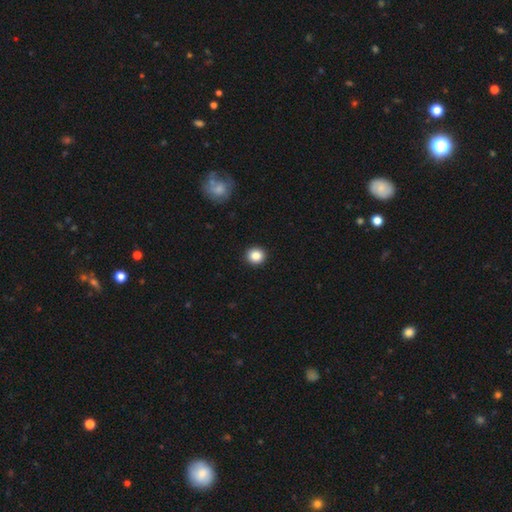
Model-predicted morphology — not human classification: A smooth galaxy with no disk features (86%) that is round (91%). Merging: none (93%).